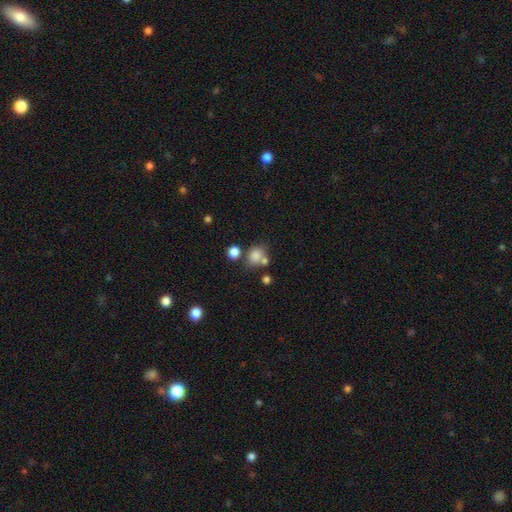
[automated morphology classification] smooth_or_featured: smooth (p=0.79) [alt: star or artifact p=0.13]
how_rounded: round (p=0.66) [alt: in between p=0.33]
merging: none (p=0.57) [alt: merger p=0.24]